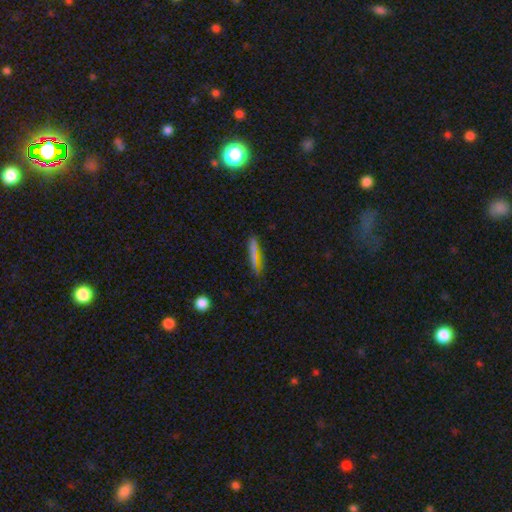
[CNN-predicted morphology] This appears to be a smooth galaxy with no disk features (71%) that is cigar-shaped (89%). Merging: none (82%).